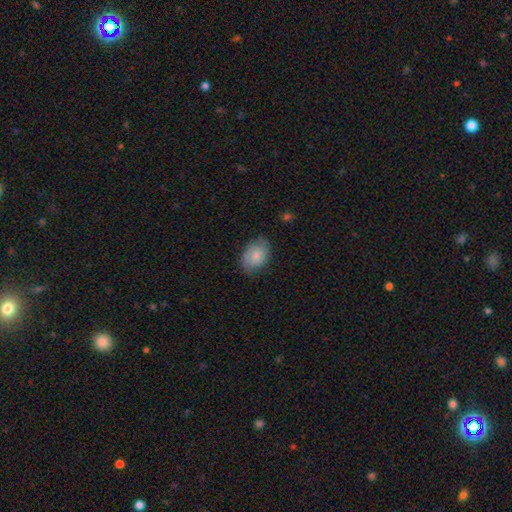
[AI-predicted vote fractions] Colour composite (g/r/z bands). It shows a smooth galaxy with no disk features (71%) that is in between round and cigar-shaped (74%). Merging: none (69%).